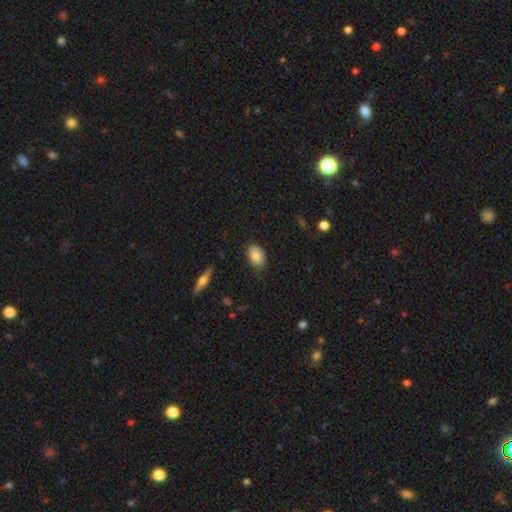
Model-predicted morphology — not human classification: type=smooth (85%); roundness=in between (88%); merging=none (78%).